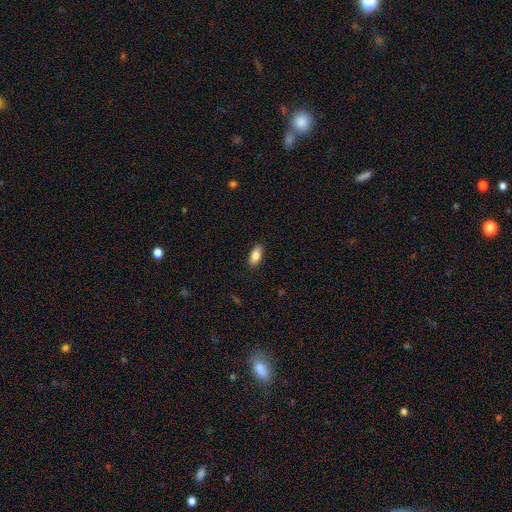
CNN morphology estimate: smooth 83%, featured or disk 10%, star or artifact 7%. Down the decision tree: how rounded — in between (87%); merging — none (89%).